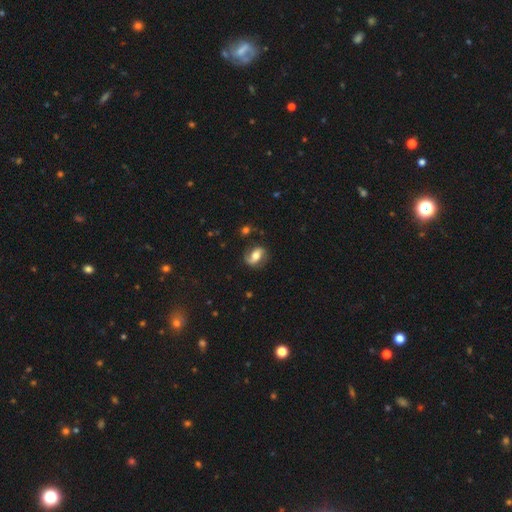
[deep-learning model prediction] Smooth or featured?
  - featured or disk: 56% *
  - smooth: 36%
  - star or artifact: 8%
Edge-on disk?
  - no: 94% *
  - yes: 6%
Bar?
  - no: 34% * (tied)
  - weak: 34% * (tied)
  - strong: 32%
Spiral arms?
  - yes: 82% *
  - no: 18%
Bulge size?
  - moderate: 60% *
  - large: 23%
  - small: 13%
  - dominant: 3%
  - none: 2%
Merging?
  - none: 74% *
  - minor disturbance: 17%
  - major disturbance: 7%
  - merger: 2%